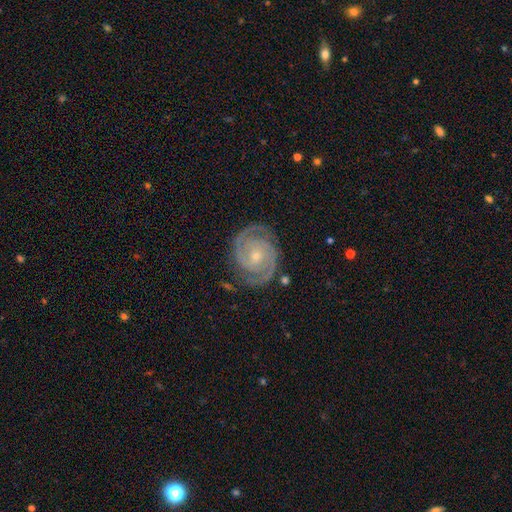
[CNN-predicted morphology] This appears to be a featured or disk galaxy (92%) with no bar (69%), 2 (88%) tight (69%) spiral arms (99%) and a small central bulge (72%). Merging: none (82%).